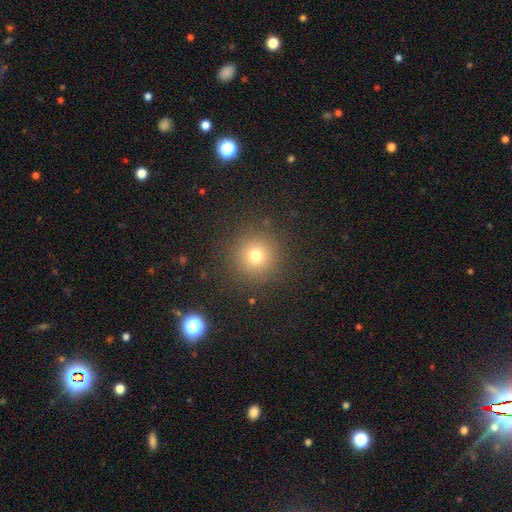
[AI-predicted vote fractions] This appears to be a smooth galaxy with no disk features (73%) that is round (95%). Merging: none (89%).